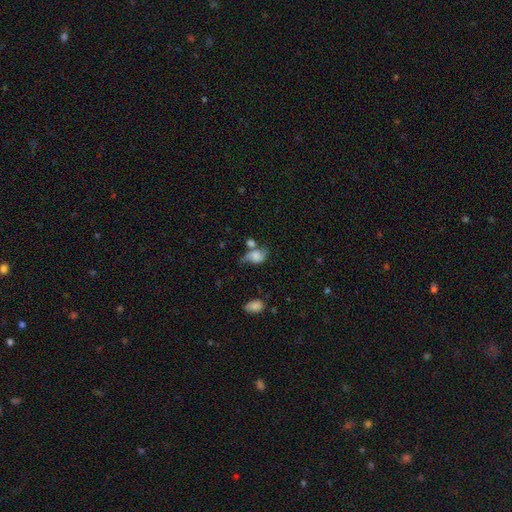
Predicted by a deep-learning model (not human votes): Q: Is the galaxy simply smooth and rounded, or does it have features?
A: smooth — 49%.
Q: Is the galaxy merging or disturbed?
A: none — 31%.